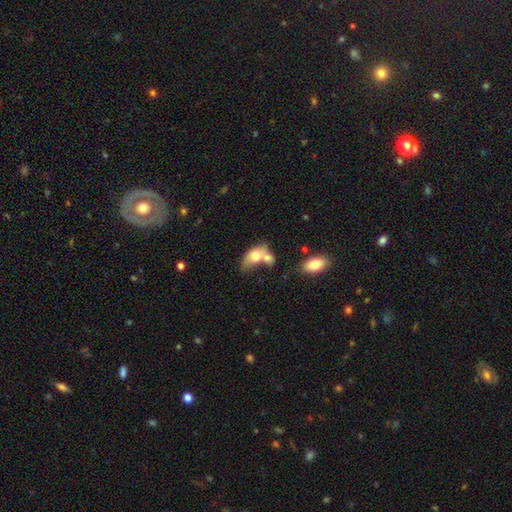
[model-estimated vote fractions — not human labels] A smooth galaxy with no disk features (69%) that is in between round and cigar-shaped (86%). Merging: merger (56%).